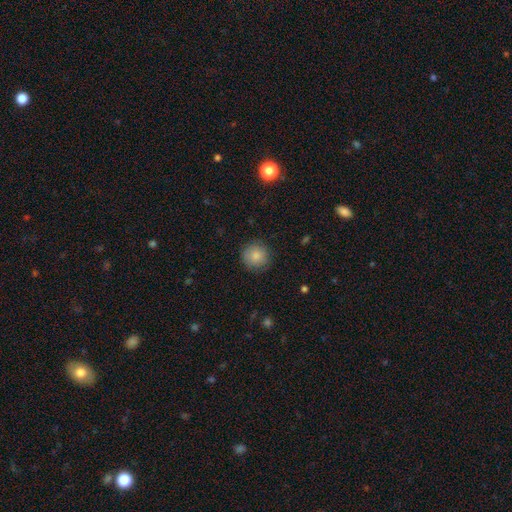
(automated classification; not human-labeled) smooth-or-featured: smooth: 84% | star or artifact: 9% | featured or disk: 7%
  how-rounded: round: 94% | in between: 5% | cigar-shaped: 1%
  merging: none: 87% | minor disturbance: 9% | major disturbance: 3% | merger: 1%